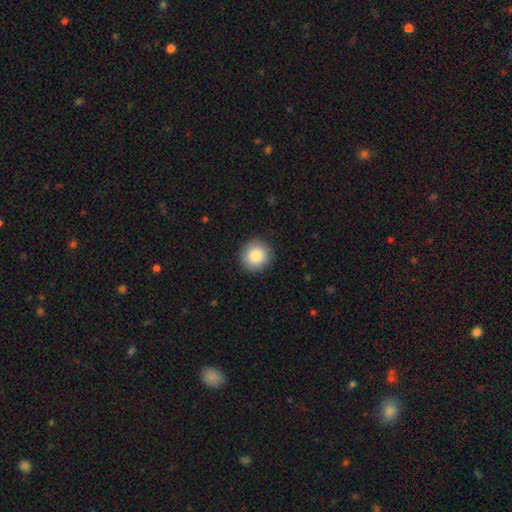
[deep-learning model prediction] smooth_or_featured: smooth (p=0.86) [alt: star or artifact p=0.08]
how_rounded: round (p=0.94) [alt: in between p=0.05]
merging: none (p=0.91) [alt: minor disturbance p=0.07]